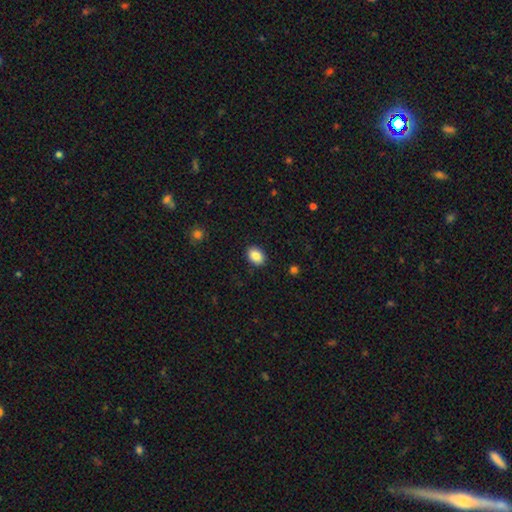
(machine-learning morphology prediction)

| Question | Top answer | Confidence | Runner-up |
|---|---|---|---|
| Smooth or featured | smooth | 87% | star or artifact (8%) |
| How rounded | in between | 72% | round (27%) |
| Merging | none | 89% | minor disturbance (8%) |